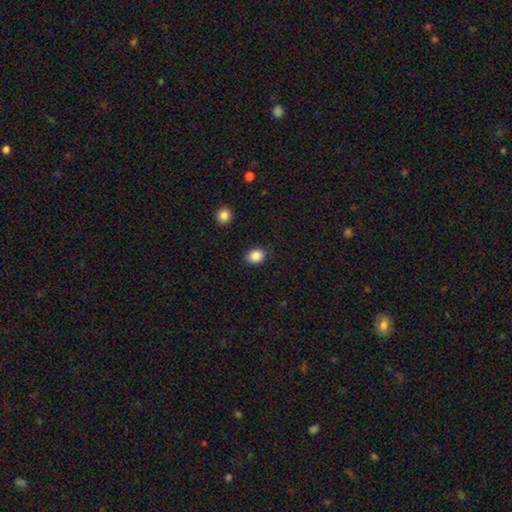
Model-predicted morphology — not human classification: Smooth or featured? smooth (87%)
How rounded? round (54%)
Merging? none (87%)